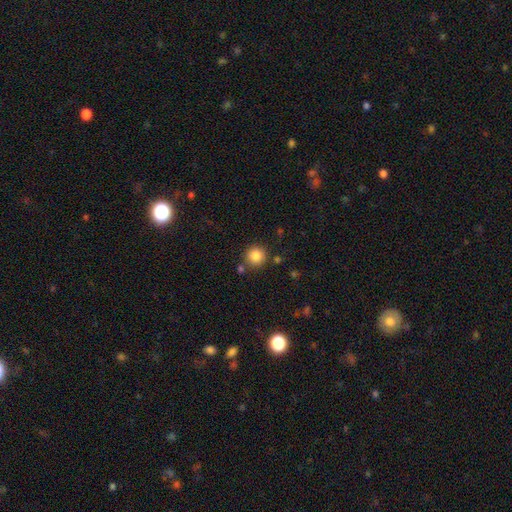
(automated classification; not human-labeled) A smooth galaxy with no disk features (85%) that is round (94%). Merging: none (84%).